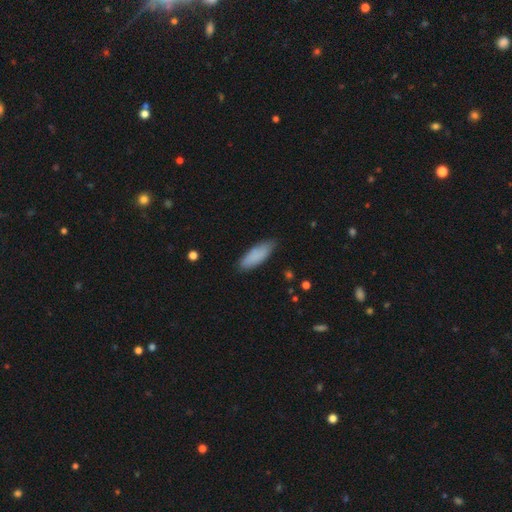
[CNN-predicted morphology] Smooth or featured? smooth (86%)
How rounded? in between (61%)
Merging? none (82%)